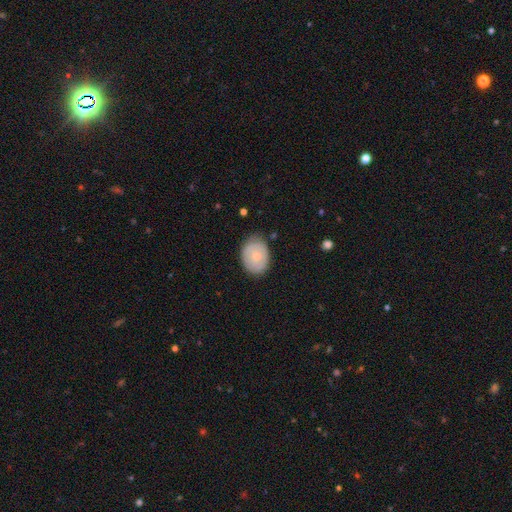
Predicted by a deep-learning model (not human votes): A smooth galaxy with no disk features (65%) that is in between round and cigar-shaped (60%).

Vote fractions:
- Smooth or featured? smooth: 65% / featured or disk: 29% / star or artifact: 6%
- How rounded? in between: 60% / round: 39% / cigar-shaped: 1%
- Merging? none: 74% / minor disturbance: 21% / major disturbance: 4% / merger: 1%